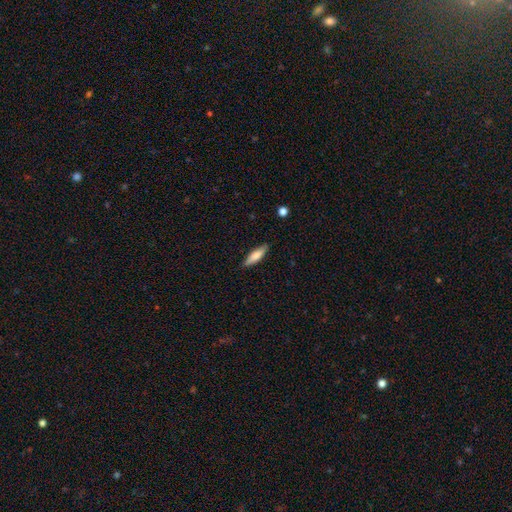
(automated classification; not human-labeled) This is likely a smooth galaxy (74%). How rounded: likely cigar-shaped (63%). Merging: clearly none (87%).